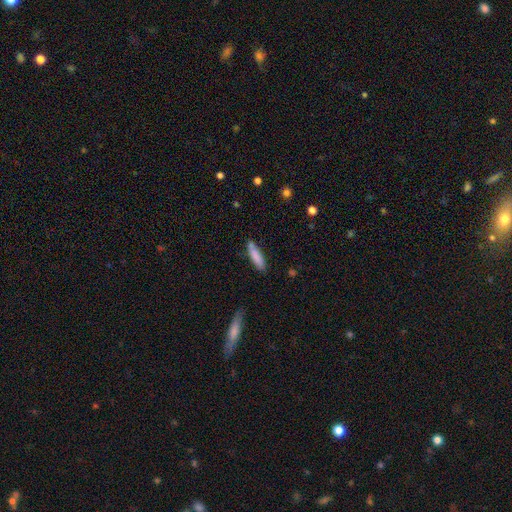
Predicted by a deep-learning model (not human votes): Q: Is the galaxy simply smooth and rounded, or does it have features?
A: smooth — 83%.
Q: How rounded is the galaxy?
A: cigar-shaped — 72%.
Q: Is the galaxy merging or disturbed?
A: none — 76%.